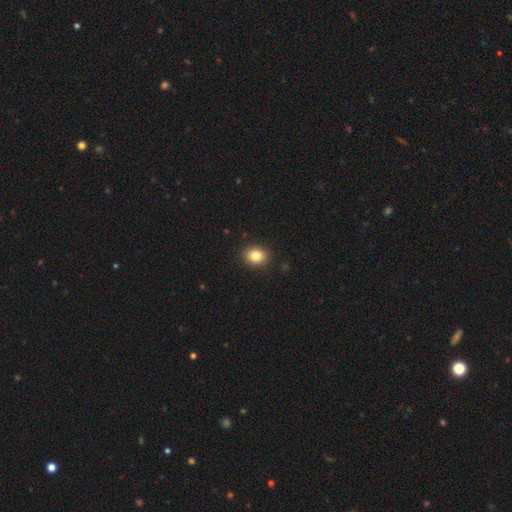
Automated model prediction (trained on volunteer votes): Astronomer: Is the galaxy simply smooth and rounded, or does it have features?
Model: smooth — 83%.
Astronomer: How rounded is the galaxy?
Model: round — 60% (runner-up: in between, 39%).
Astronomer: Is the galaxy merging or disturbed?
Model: none — 91%.